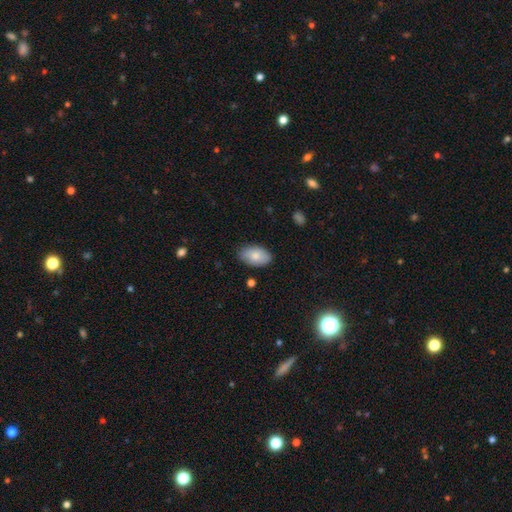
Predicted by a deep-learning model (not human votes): A smooth galaxy with no disk features (81%) that is in between round and cigar-shaped (93%).

Vote fractions:
- Smooth or featured? smooth: 81% / featured or disk: 13% / star or artifact: 6%
- How rounded? in between: 93% / round: 6% / cigar-shaped: 1%
- Merging? none: 82% / minor disturbance: 14% / major disturbance: 2% / merger: 1%